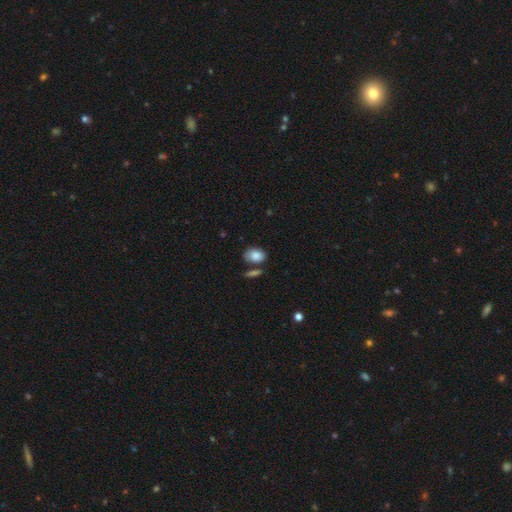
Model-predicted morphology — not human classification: smooth-or-featured: smooth: 86% | star or artifact: 7% | featured or disk: 7%
  how-rounded: in between: 79% | round: 19% | cigar-shaped: 2%
  merging: none: 63% | minor disturbance: 18% | merger: 15% | major disturbance: 5%